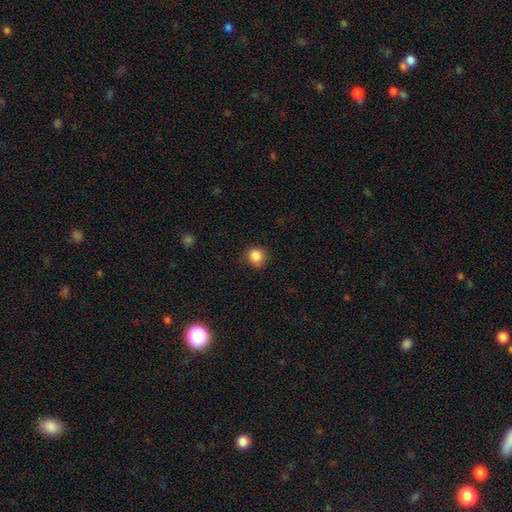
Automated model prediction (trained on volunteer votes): smooth-or-featured: smooth: 86% | star or artifact: 11% | featured or disk: 4%
  how-rounded: round: 87% | in between: 13% | cigar-shaped: 1%
  merging: none: 73% | minor disturbance: 21% | major disturbance: 4% | merger: 1%